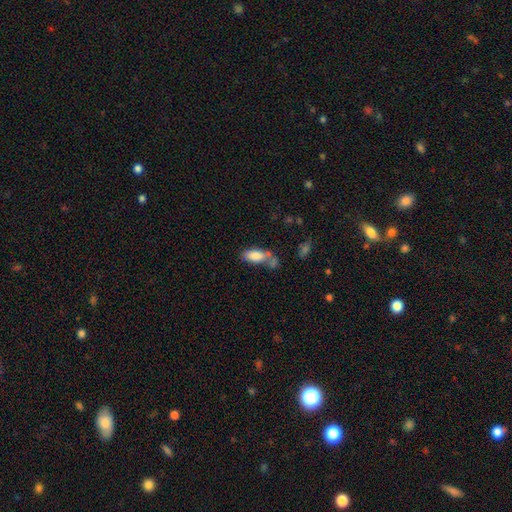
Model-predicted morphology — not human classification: This appears to be a smooth galaxy with no disk features (82%) that is in between round and cigar-shaped (89%). Merging: none (37%).